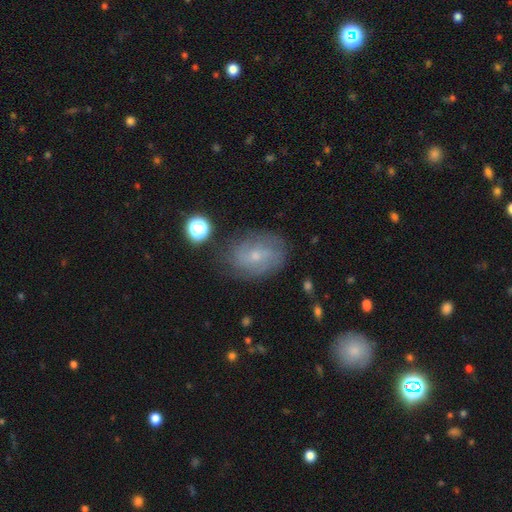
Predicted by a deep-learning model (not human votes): This appears to be a featured or disk galaxy (57%) with no bar (64%), spiral arms (78%) and a small central bulge (73%). Merging: none (74%).